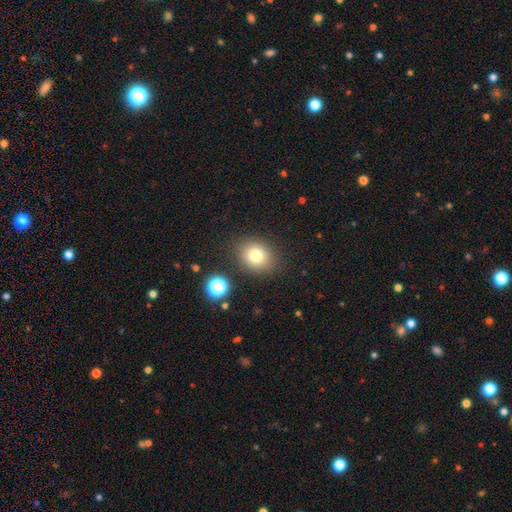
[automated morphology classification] A smooth galaxy with no disk features (77%) that is round (62%).

Vote fractions:
- Smooth or featured? smooth: 77% / star or artifact: 14% / featured or disk: 9%
- How rounded? round: 62% / in between: 37% / cigar-shaped: 1%
- Merging? none: 84% / minor disturbance: 10% / major disturbance: 3% / merger: 3%